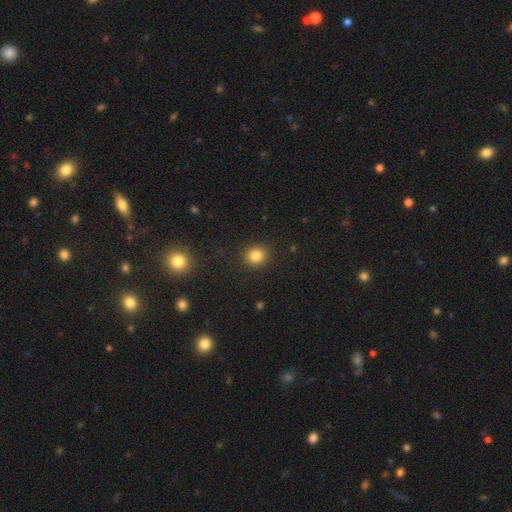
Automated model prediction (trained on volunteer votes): Morphology: type=smooth (83%); roundness=round (88%); merging=none (91%).